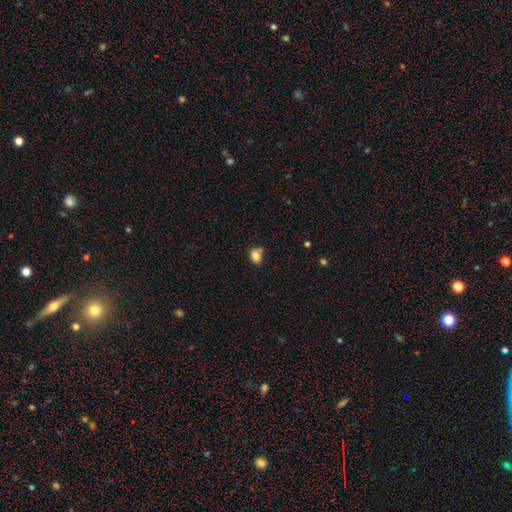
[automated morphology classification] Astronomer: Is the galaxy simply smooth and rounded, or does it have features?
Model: smooth — 82%.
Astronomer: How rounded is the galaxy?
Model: in between — 62%.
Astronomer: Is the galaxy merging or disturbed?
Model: none — 55%.